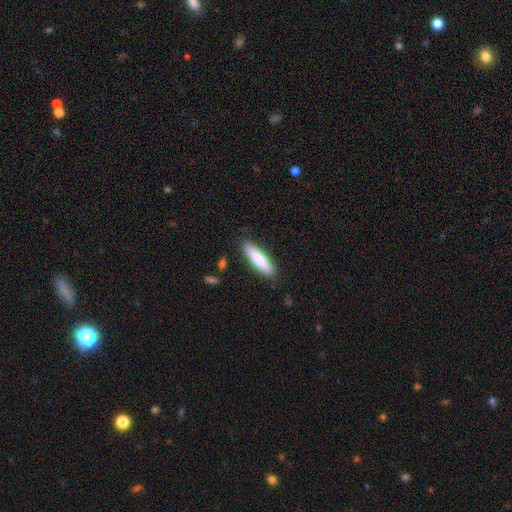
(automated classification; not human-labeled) This is likely a smooth galaxy (76%). How rounded: likely cigar-shaped (69%). Merging: clearly none (87%).